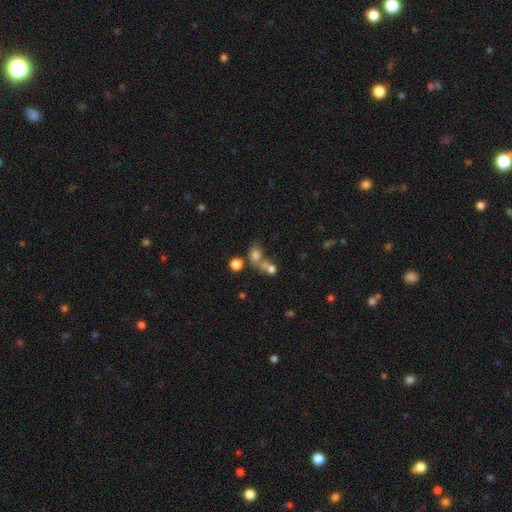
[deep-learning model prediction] Overall: smooth (51%; star or artifact 28%). How rounded: round (56%; in between 39%). Merging: merger (50%; none 33%).